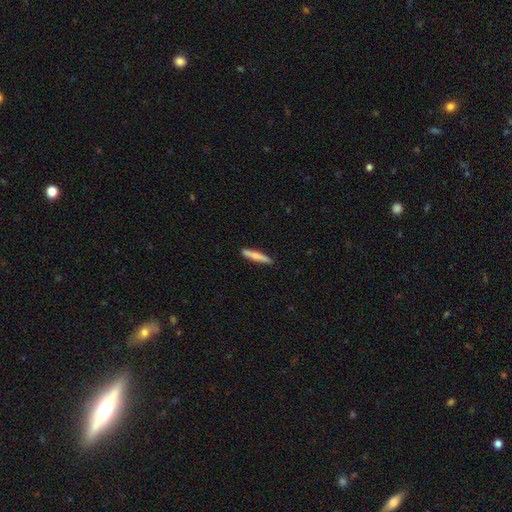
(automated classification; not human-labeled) A smooth galaxy with no disk features (70%) that is cigar-shaped (92%). Merging: none (89%).